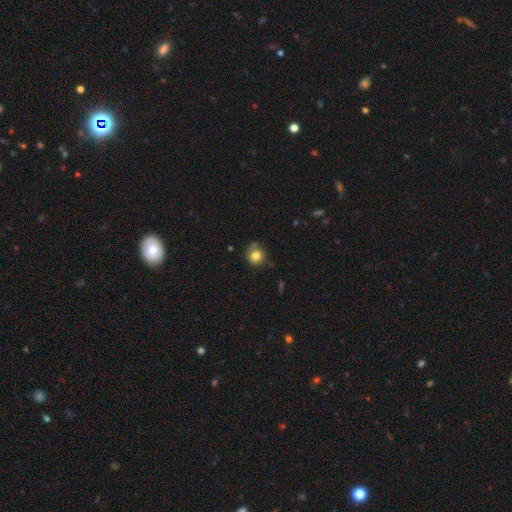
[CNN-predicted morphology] A smooth galaxy with no disk features (81%) that is round (88%).

Vote fractions:
- Smooth or featured? smooth: 81% / star or artifact: 11% / featured or disk: 8%
- How rounded? round: 88% / in between: 11% / cigar-shaped: 1%
- Merging? none: 70% / minor disturbance: 21% / major disturbance: 5% / merger: 4%